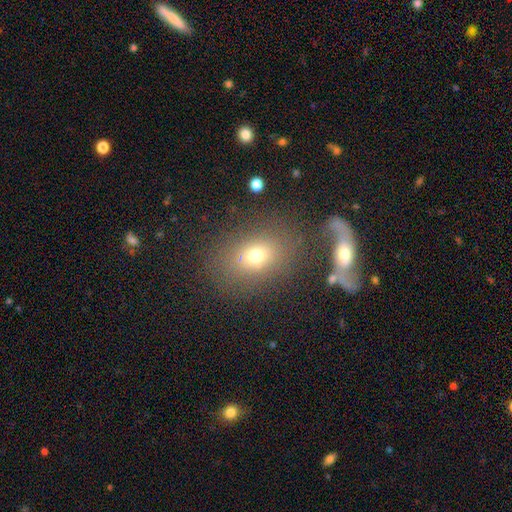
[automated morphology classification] Smooth or featured: smooth — 68% (featured or disk — 18%)
How rounded: in between — 63% (round — 35%)
Merging: none — 66% (minor disturbance — 13%)